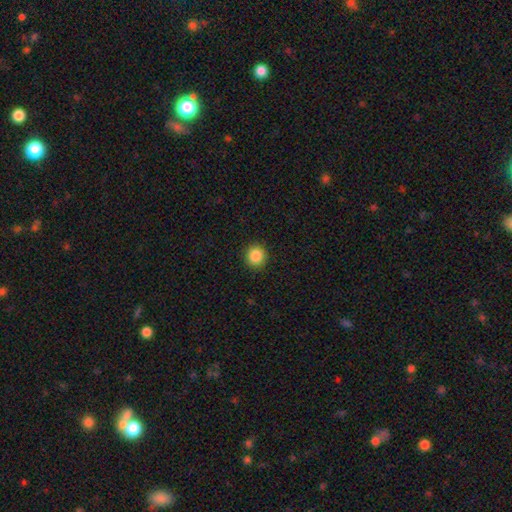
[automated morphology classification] Smooth or featured: smooth — 87% (star or artifact — 9%)
How rounded: round — 90% (in between — 9%)
Merging: none — 92% (minor disturbance — 6%)